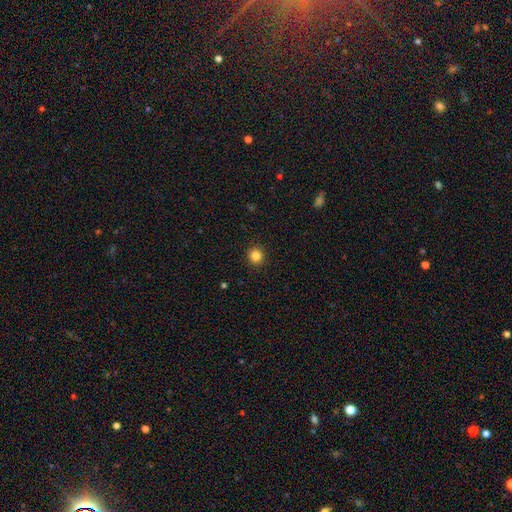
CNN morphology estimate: smooth_or_featured: smooth (p=0.84) [alt: star or artifact p=0.12]
how_rounded: round (p=0.93) [alt: in between p=0.06]
merging: none (p=0.92) [alt: minor disturbance p=0.05]